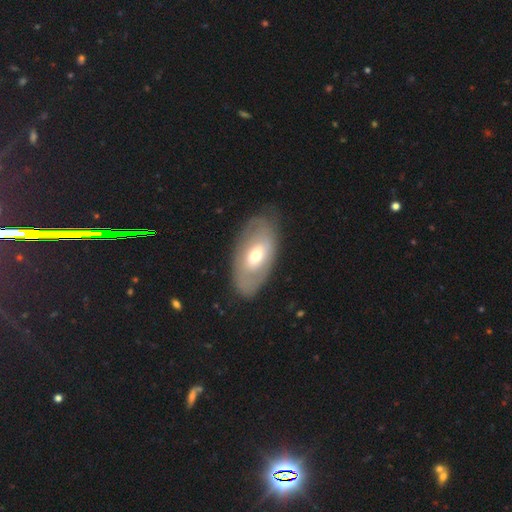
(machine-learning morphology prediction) smooth-or-featured: featured or disk: 51% | smooth: 43% | star or artifact: 6%
  disk-edge-on: no: 89% | yes: 11%
  merging: none: 75% | minor disturbance: 17% | major disturbance: 6% | merger: 1%